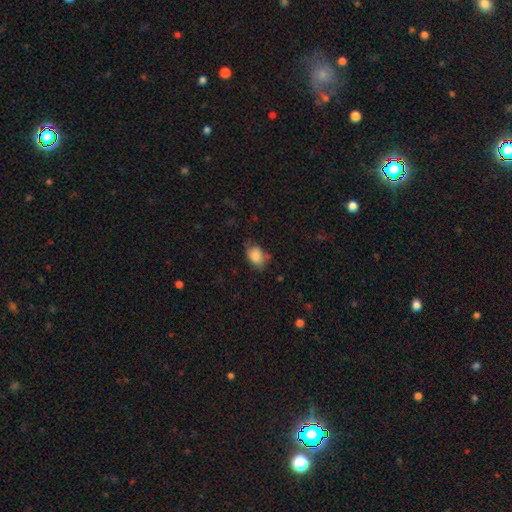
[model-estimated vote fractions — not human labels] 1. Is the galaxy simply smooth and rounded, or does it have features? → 83% smooth, 10% featured or disk, 8% star or artifact.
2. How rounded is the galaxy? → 77% in between, 22% round, 1% cigar-shaped.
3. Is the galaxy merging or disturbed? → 55% none, 32% minor disturbance, 11% major disturbance, 3% merger.